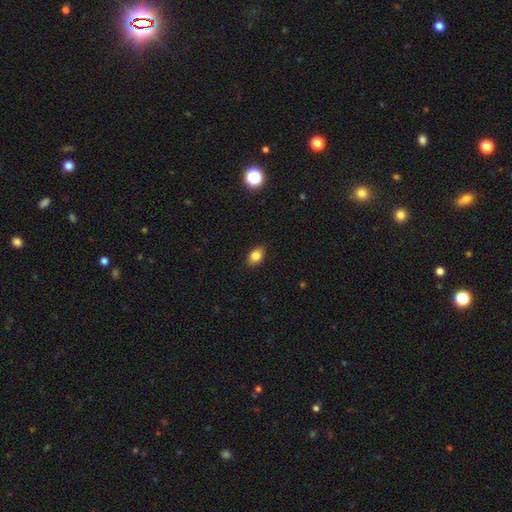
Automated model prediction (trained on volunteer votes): Smooth or featured? Predicted: smooth (p=0.82). How rounded? Predicted: in between (p=0.78). Merging? Predicted: none (p=0.87).